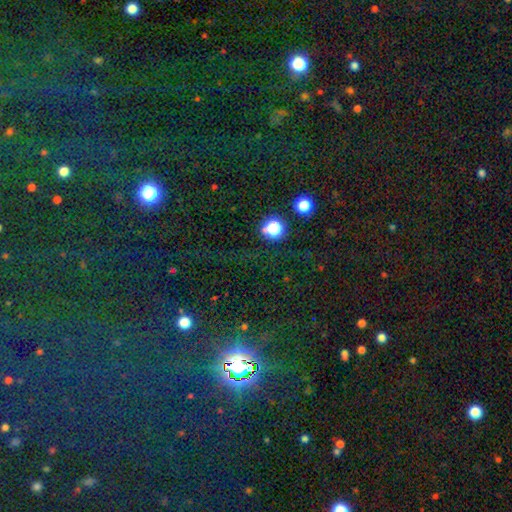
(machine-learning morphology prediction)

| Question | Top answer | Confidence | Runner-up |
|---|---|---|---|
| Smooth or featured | star or artifact | 79% | smooth (14%) |